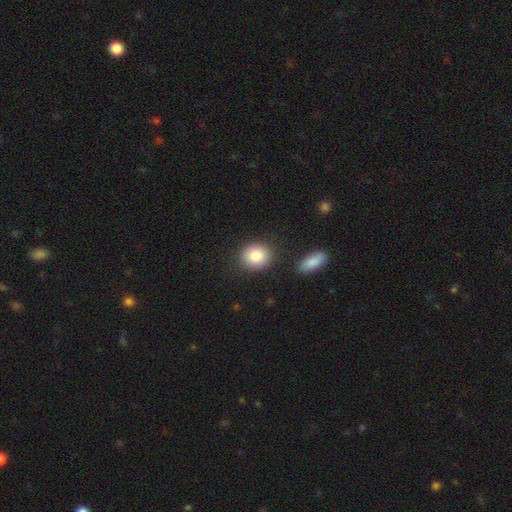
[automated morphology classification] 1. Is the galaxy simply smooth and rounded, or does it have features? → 86% smooth, 7% star or artifact, 7% featured or disk.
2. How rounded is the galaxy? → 67% round, 32% in between, 1% cigar-shaped.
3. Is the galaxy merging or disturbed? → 82% none, 10% minor disturbance, 5% merger, 3% major disturbance.